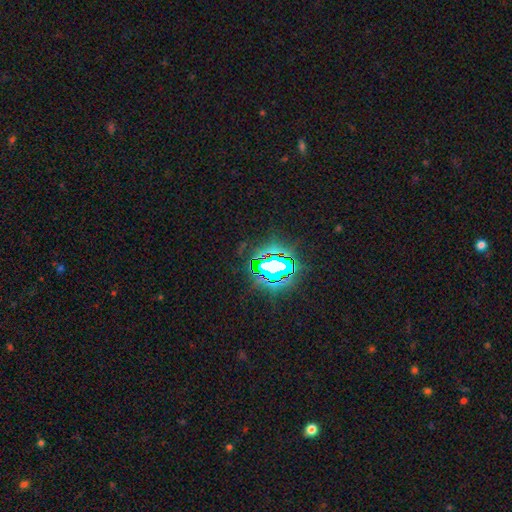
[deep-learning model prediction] Overall: star or artifact (80%).